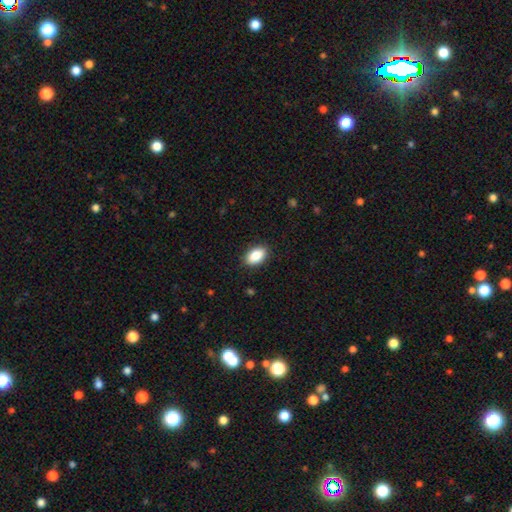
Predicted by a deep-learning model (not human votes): smooth_or_featured: smooth (p=0.86) [alt: star or artifact p=0.07]
how_rounded: in between (p=0.91) [alt: round p=0.07]
merging: none (p=0.88) [alt: minor disturbance p=0.09]